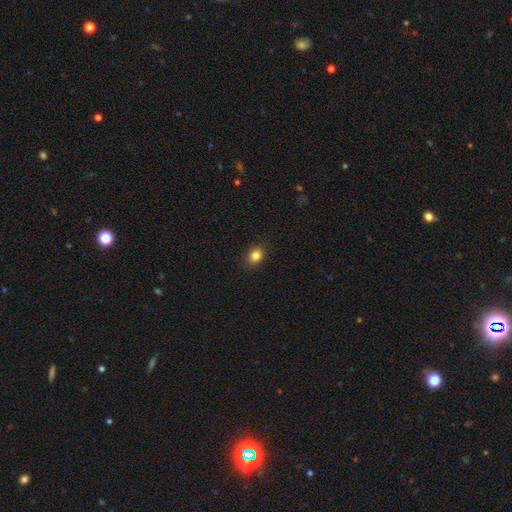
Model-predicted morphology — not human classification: Smooth or featured? Predicted: smooth (p=0.84). How rounded? Predicted: in between (p=0.53). Merging? Predicted: none (p=0.89).